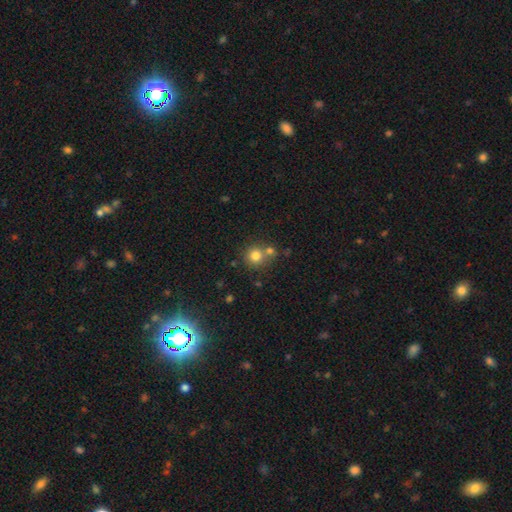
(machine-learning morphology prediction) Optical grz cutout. It shows a smooth galaxy with no disk features (78%) that is round (91%). Merging: none (61%).